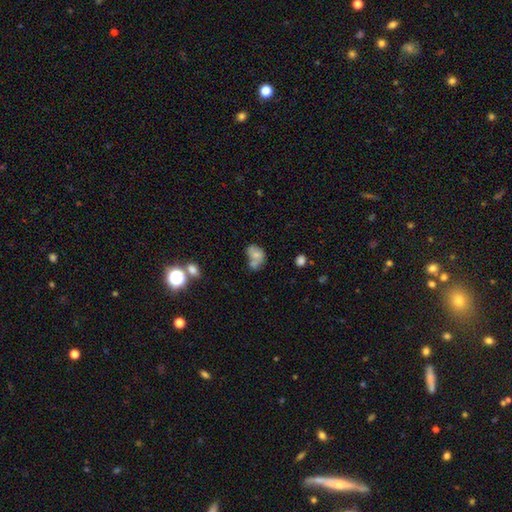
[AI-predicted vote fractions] A smooth galaxy with no disk features (60%) that is in between round and cigar-shaped (71%). Merging: merger (41%).